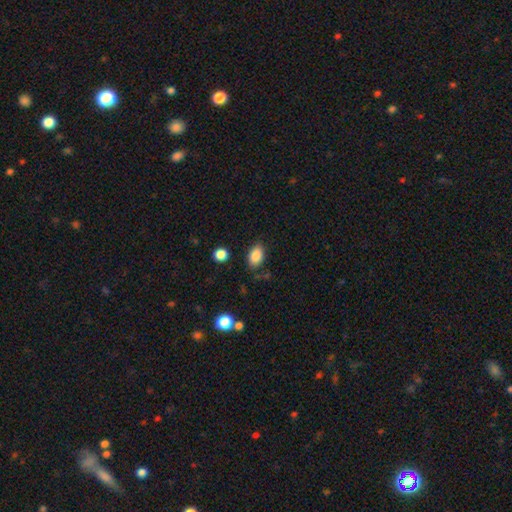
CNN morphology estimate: Overall: smooth (86%). How rounded: in between (86%). Merging: none (79%).